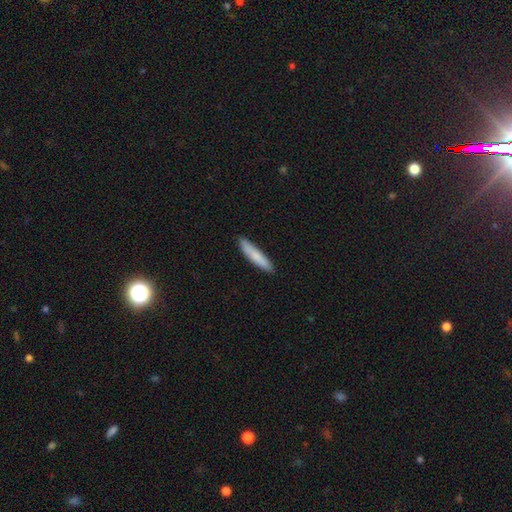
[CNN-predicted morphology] smooth-or-featured: smooth: 82% | featured or disk: 13% | star or artifact: 5%
  how-rounded: cigar-shaped: 87% | in between: 12% | round: 1%
  merging: none: 89% | minor disturbance: 9% | major disturbance: 2% | merger: 1%